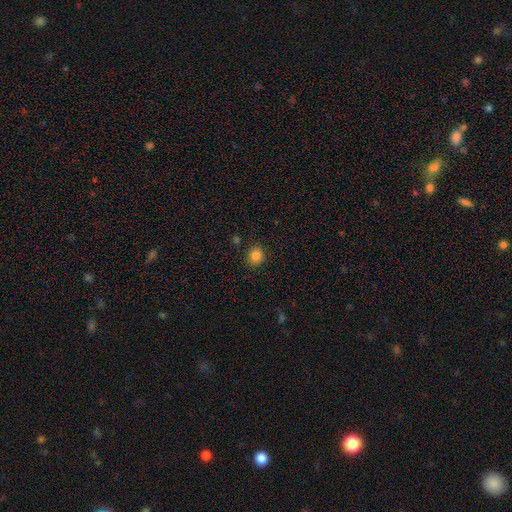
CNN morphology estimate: Smooth or featured: smooth — 84% (star or artifact — 12%)
How rounded: round — 82% (in between — 17%)
Merging: none — 88% (minor disturbance — 7%)